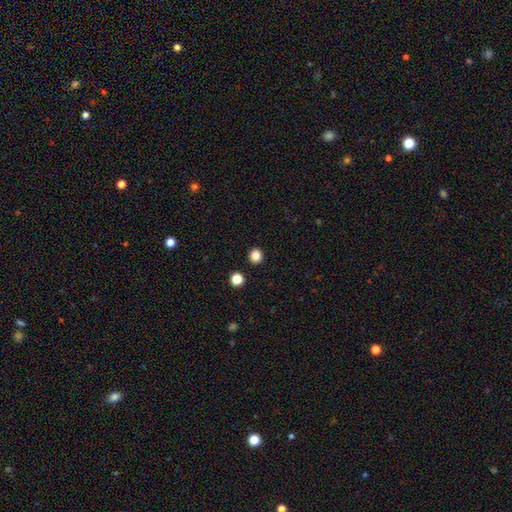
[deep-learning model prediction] smooth_or_featured: smooth (p=0.85) [alt: star or artifact p=0.12]
how_rounded: round (p=0.88) [alt: in between p=0.11]
merging: none (p=0.92) [alt: minor disturbance p=0.05]